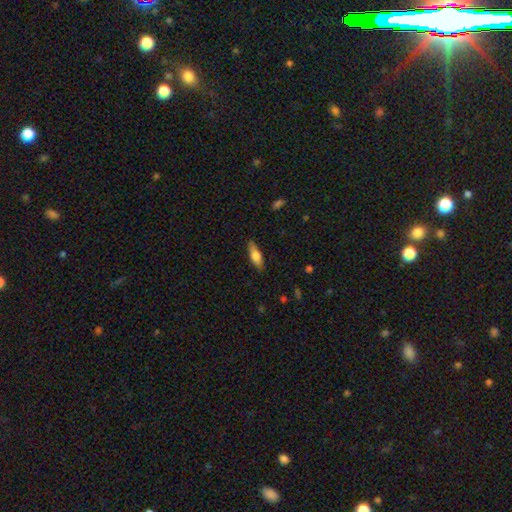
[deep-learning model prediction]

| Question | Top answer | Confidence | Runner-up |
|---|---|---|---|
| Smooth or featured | smooth | 67% | featured or disk (26%) |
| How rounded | in between | 59% | cigar-shaped (38%) |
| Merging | none | 82% | minor disturbance (14%) |